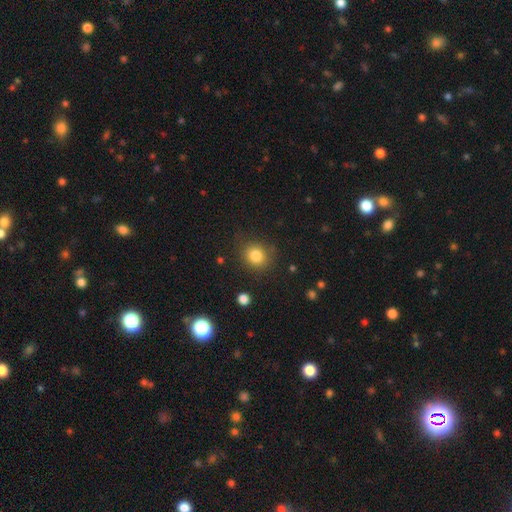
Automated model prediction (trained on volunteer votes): smooth-or-featured: smooth: 82% | star or artifact: 11% | featured or disk: 7%
  how-rounded: round: 80% | in between: 19% | cigar-shaped: 1%
  merging: none: 84% | minor disturbance: 10% | major disturbance: 4% | merger: 2%